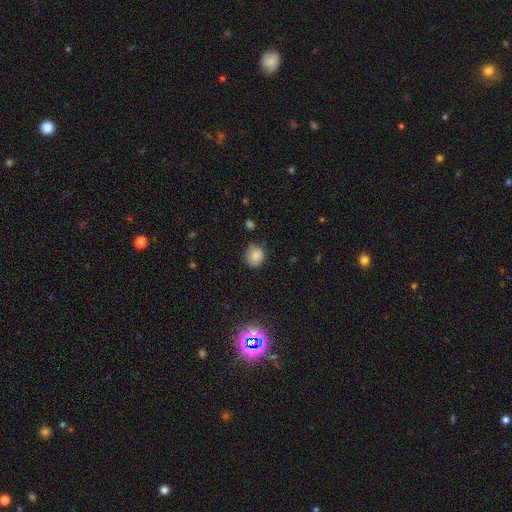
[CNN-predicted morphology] Smooth or featured? Predicted: smooth (p=0.83). How rounded? Predicted: round (p=0.78). Merging? Predicted: none (p=0.65).